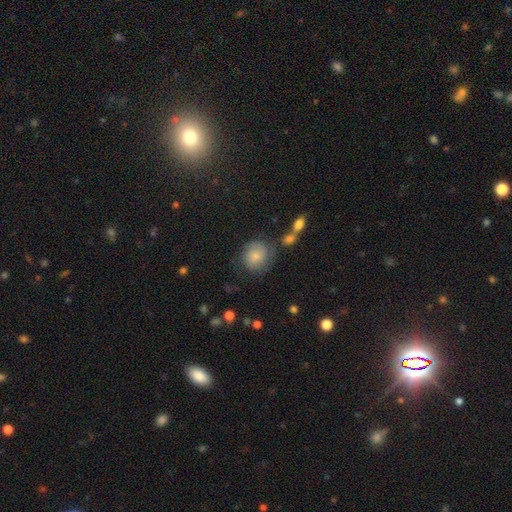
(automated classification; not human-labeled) Smooth or featured? smooth (77%)
How rounded? round (78%)
Merging? none (64%)